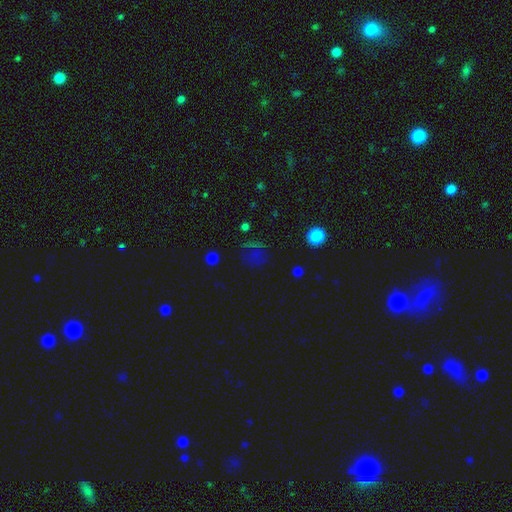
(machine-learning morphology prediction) type=star or artifact (48%).